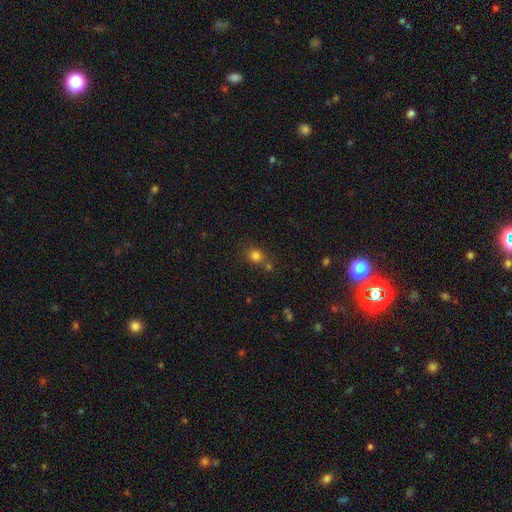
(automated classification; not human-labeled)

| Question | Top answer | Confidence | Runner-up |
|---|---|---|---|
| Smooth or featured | smooth | 78% | star or artifact (15%) |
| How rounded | round | 75% | in between (24%) |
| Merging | none | 63% | merger (21%) |